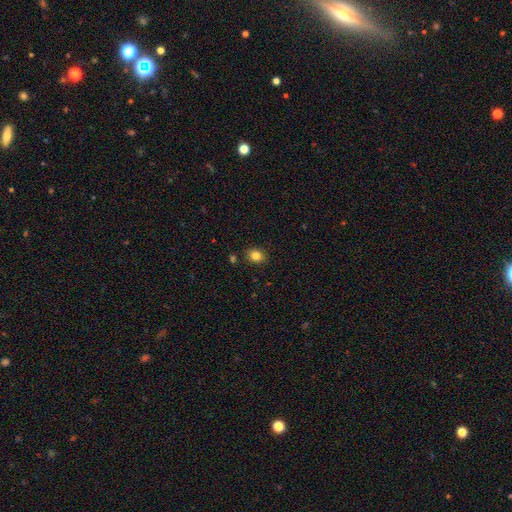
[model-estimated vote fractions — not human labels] A smooth galaxy with no disk features (83%) that is round (56%).

Vote fractions:
- Smooth or featured? smooth: 83% / star or artifact: 11% / featured or disk: 6%
- How rounded? round: 56% / in between: 43% / cigar-shaped: 1%
- Merging? none: 87% / minor disturbance: 8% / merger: 2% / major disturbance: 2%